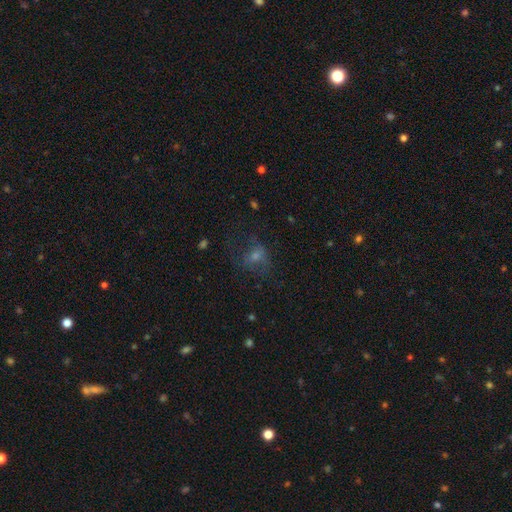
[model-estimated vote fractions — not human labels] Smooth or featured? smooth (45%)
Merging? none (52%)